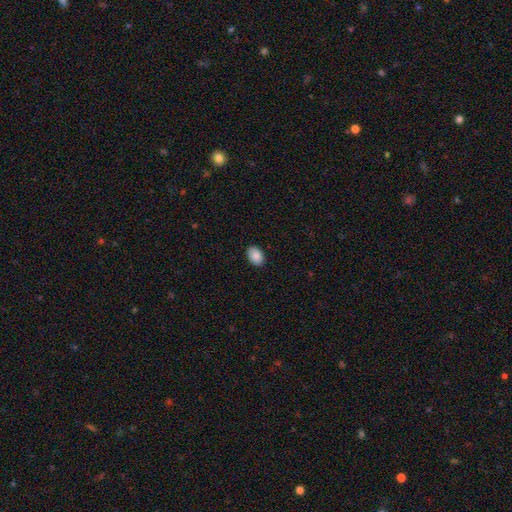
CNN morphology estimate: smooth_or_featured: smooth (p=0.89) [alt: star or artifact p=0.07]
how_rounded: in between (p=0.84) [alt: round p=0.15]
merging: none (p=0.89) [alt: minor disturbance p=0.08]